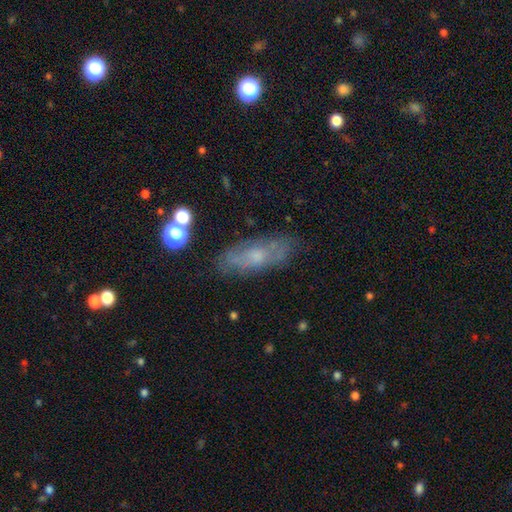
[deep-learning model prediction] Q: Smooth or featured?
A: featured or disk (48%); runner-up: smooth (40%)
Q: Merging?
A: none (73%); runner-up: minor disturbance (18%)